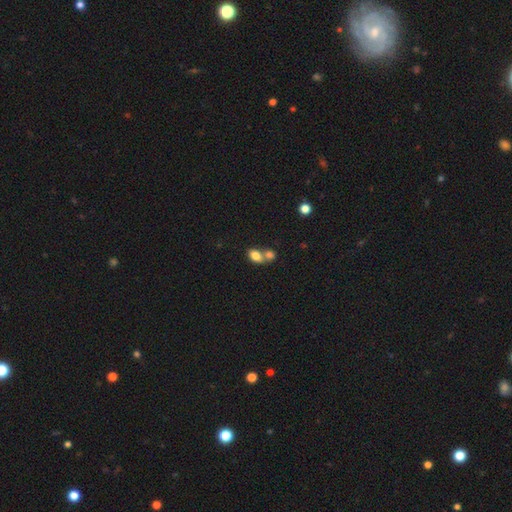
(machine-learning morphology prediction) Q: Smooth or featured?
A: smooth (80%); runner-up: featured or disk (11%)
Q: How rounded?
A: in between (75%); runner-up: round (24%)
Q: Merging?
A: merger (60%); runner-up: none (29%)